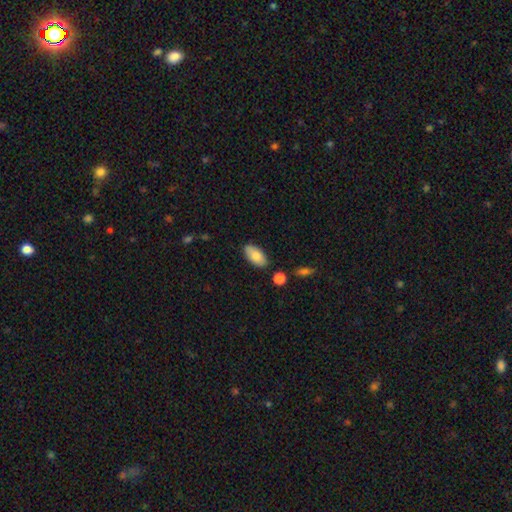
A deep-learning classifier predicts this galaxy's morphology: smooth_or_featured: smooth (p=0.83) [alt: featured or disk p=0.11]
how_rounded: in between (p=0.93) [alt: cigar-shaped p=0.05]
merging: none (p=0.82) [alt: minor disturbance p=0.12]